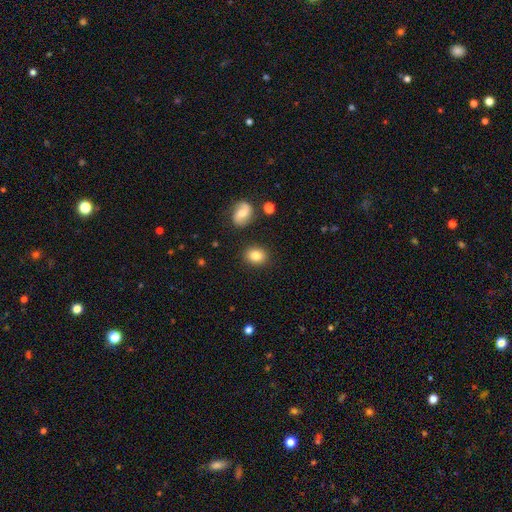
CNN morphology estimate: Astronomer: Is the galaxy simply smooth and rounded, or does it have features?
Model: smooth — 83%.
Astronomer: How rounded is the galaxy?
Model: round — 58% (runner-up: in between, 41%).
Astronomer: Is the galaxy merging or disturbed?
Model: none — 86%.